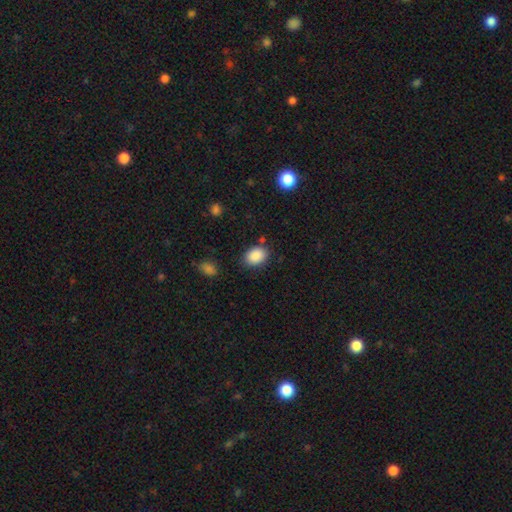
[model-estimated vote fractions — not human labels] Smooth or featured? Predicted: smooth (p=0.89). How rounded? Predicted: in between (p=0.77). Merging? Predicted: none (p=0.82).